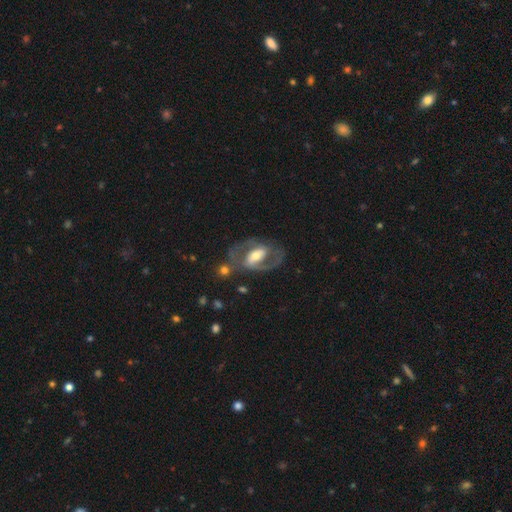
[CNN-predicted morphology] Smooth or featured: featured or disk — 77% (smooth — 17%)
Edge-on disk: no — 95% (yes — 5%)
Bar: strong — 40% (weak — 36%)
Spiral arms: yes — 77% (no — 23%)
Spiral winding: medium — 52% (tight — 24%)
Spiral arm count: 2 — 79% (1 — 9%)
Bulge size: moderate — 58% (small — 23%)
Merging: none — 57% (major disturbance — 18%)